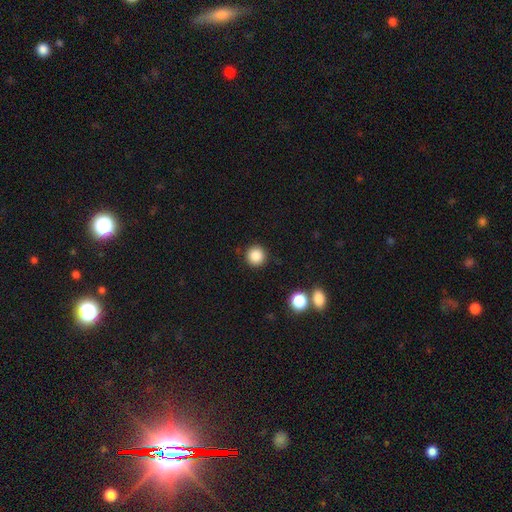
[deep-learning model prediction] smooth 86%, star or artifact 10%, featured or disk 4%. Down the decision tree: how rounded — round (95%); merging — none (91%).